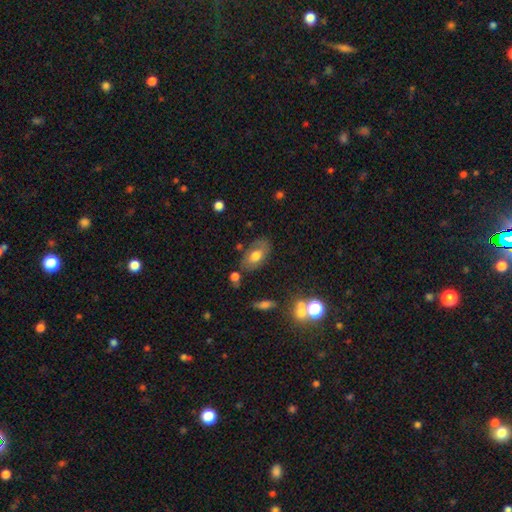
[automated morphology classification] smooth 63%, featured or disk 28%, star or artifact 9%. Down the decision tree: how rounded — in between (89%); merging — none (67%).